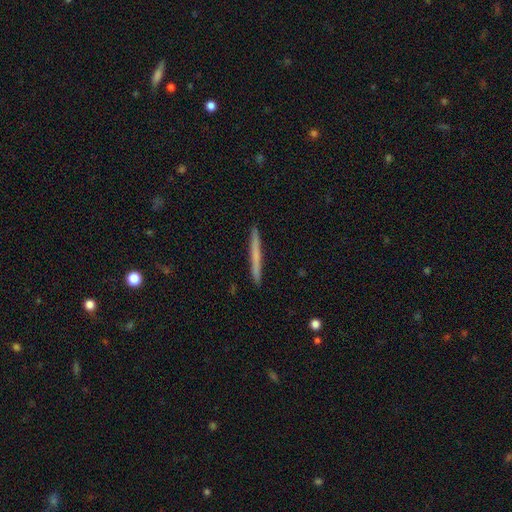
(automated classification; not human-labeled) Q: Smooth or featured?
A: smooth (58%); runner-up: featured or disk (37%)
Q: How rounded?
A: cigar-shaped (97%); runner-up: in between (2%)
Q: Merging?
A: none (93%); runner-up: minor disturbance (5%)